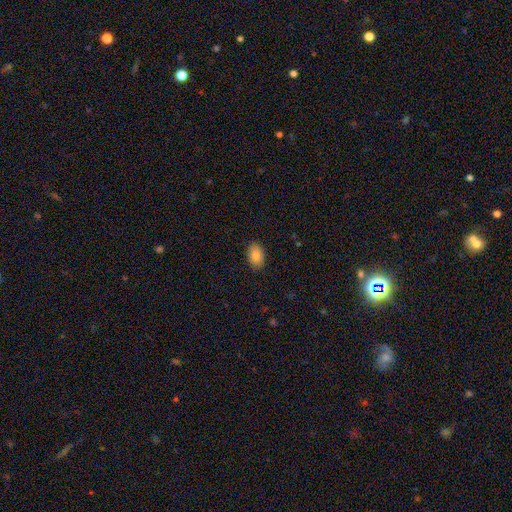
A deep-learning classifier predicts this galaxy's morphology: This is clearly a smooth galaxy (86%). How rounded: clearly in between (87%). Merging: clearly none (88%).